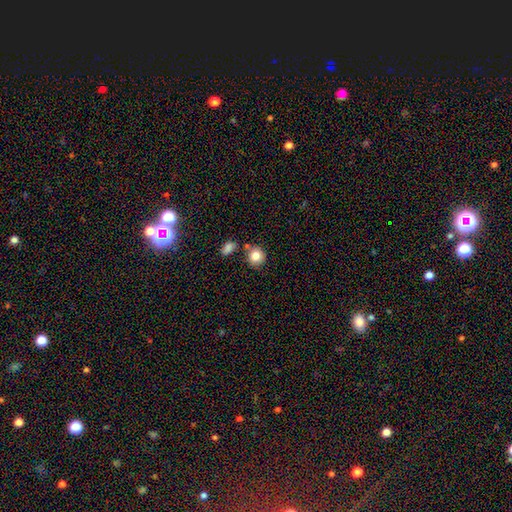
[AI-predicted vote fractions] smooth 84%, star or artifact 9%, featured or disk 7%. Down the decision tree: how rounded — round (83%); merging — none (69%).